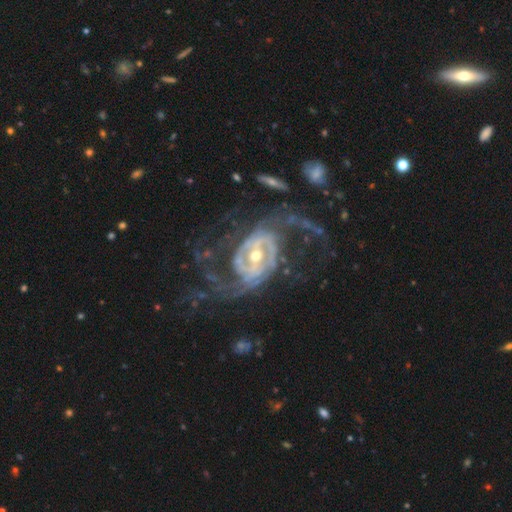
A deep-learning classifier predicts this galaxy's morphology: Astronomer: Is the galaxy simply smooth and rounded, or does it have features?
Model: featured or disk — 91%.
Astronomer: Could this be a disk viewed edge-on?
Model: no — 97%.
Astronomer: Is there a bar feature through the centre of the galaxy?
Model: weak — 38%, tied with strong at 38%.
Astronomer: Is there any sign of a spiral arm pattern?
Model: yes — 95%.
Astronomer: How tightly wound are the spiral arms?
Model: medium — 44% (runner-up: loose, 31%).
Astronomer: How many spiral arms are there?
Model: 2 — 59%.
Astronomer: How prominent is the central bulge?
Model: moderate — 53% (runner-up: small, 42%).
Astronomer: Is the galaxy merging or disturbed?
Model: none — 50% (runner-up: major disturbance, 31%).